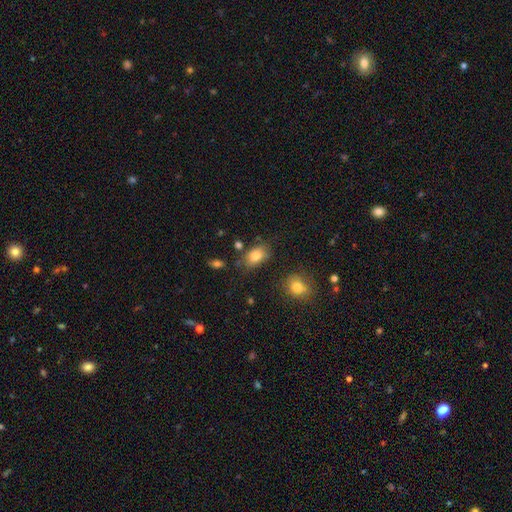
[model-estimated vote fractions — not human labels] A smooth galaxy with no disk features (81%) that is in between round and cigar-shaped (87%).

Vote fractions:
- Smooth or featured? smooth: 81% / featured or disk: 10% / star or artifact: 9%
- How rounded? in between: 87% / round: 10% / cigar-shaped: 2%
- Merging? none: 71% / minor disturbance: 18% / merger: 6% / major disturbance: 5%